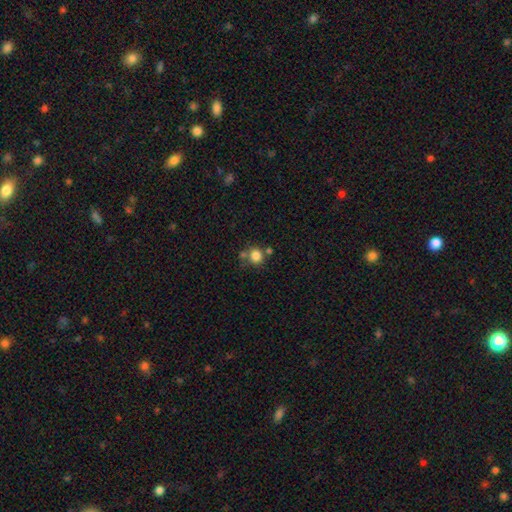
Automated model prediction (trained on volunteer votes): This is clearly a smooth galaxy (82%). How rounded: clearly round (86%). Merging: likely none (62%).